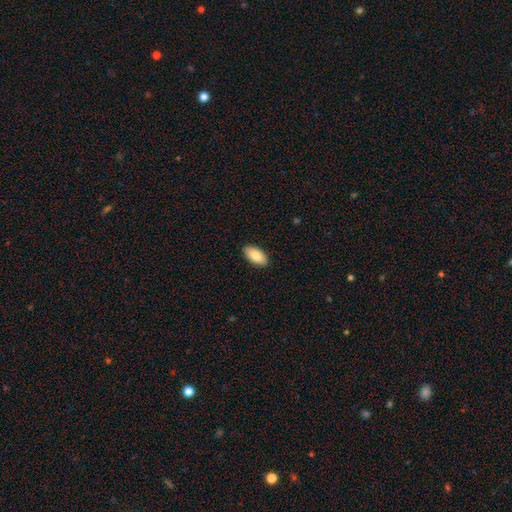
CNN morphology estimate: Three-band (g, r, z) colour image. It shows a smooth galaxy with no disk features (85%) that is in between round and cigar-shaped (94%). Merging: none (90%).